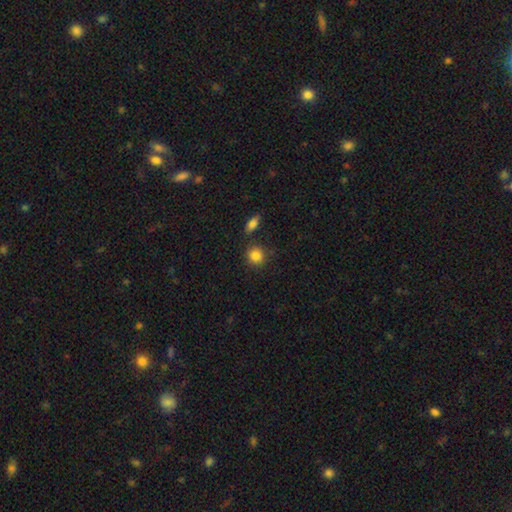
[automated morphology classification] smooth-or-featured: smooth: 85% | star or artifact: 9% | featured or disk: 6%
  how-rounded: round: 87% | in between: 12% | cigar-shaped: 1%
  merging: none: 81% | minor disturbance: 10% | merger: 6% | major disturbance: 3%